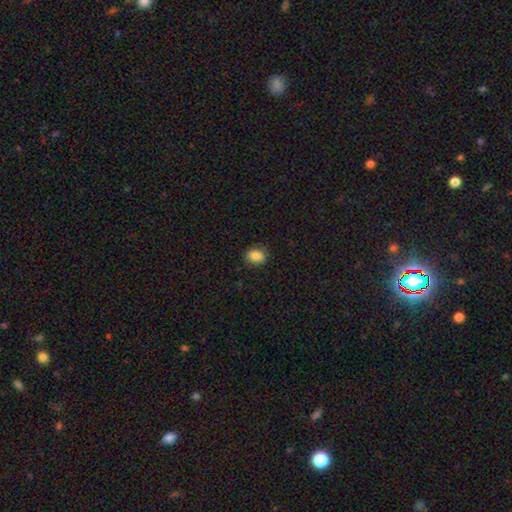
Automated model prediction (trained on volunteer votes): Smooth or featured? smooth (86%)
How rounded? in between (57%)
Merging? none (83%)